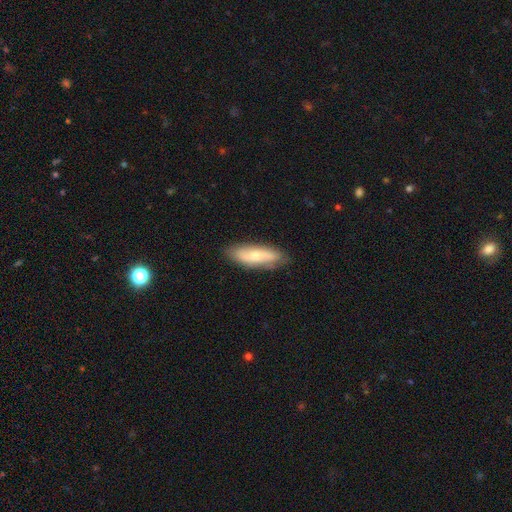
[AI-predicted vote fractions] Q: Smooth or featured?
A: smooth (59%); runner-up: featured or disk (35%)
Q: How rounded?
A: in between (51%); runner-up: cigar-shaped (46%)
Q: Merging?
A: none (80%); runner-up: minor disturbance (15%)